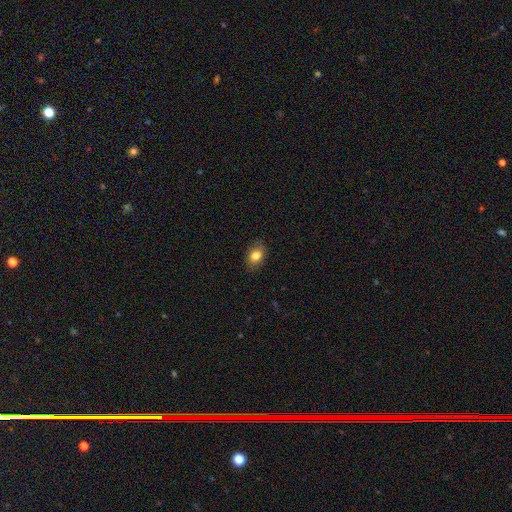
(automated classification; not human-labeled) A smooth galaxy with no disk features (82%) that is in between round and cigar-shaped (77%). Merging: none (85%).